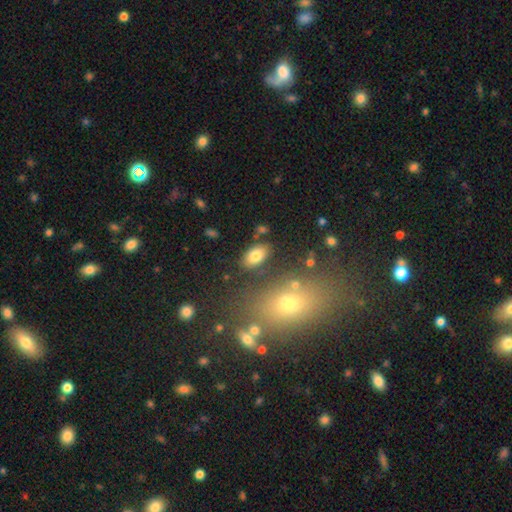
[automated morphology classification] This is likely a smooth galaxy (79%). How rounded: clearly in between (92%). Merging: clearly none (81%).